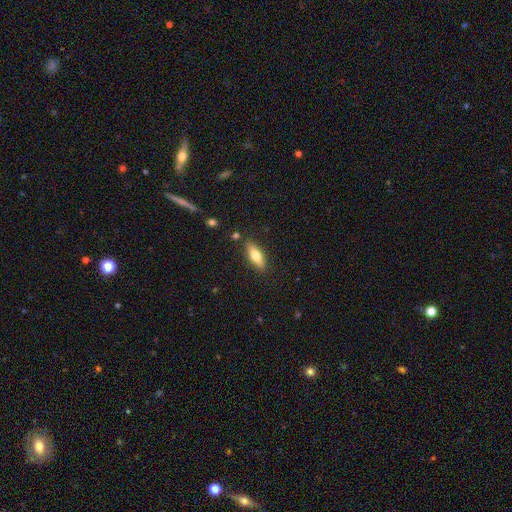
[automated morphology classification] Overall: smooth (69%). How rounded: in between (61%; cigar-shaped 36%). Merging: none (85%).